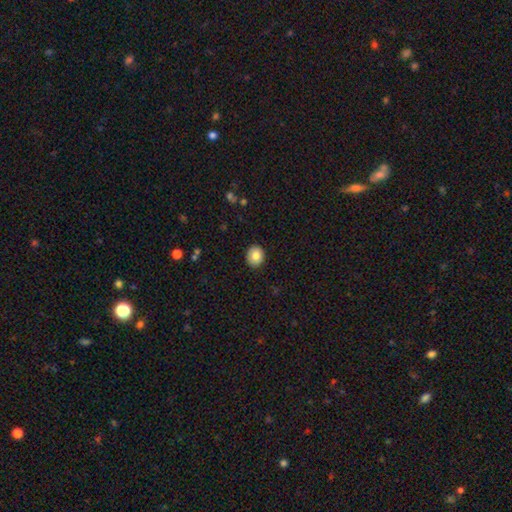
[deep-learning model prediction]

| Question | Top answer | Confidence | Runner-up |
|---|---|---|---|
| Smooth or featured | smooth | 81% | featured or disk (10%) |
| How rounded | round | 71% | in between (28%) |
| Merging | none | 91% | minor disturbance (7%) |